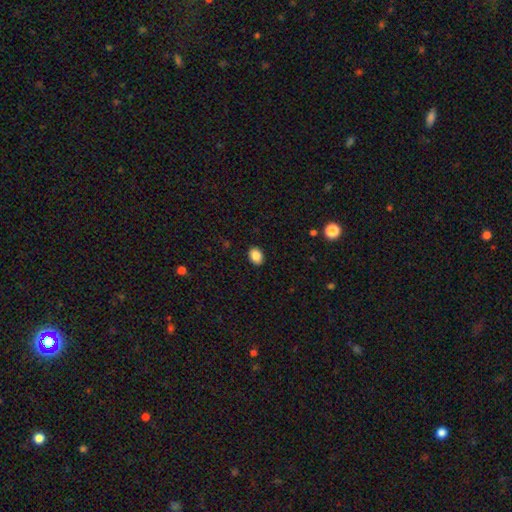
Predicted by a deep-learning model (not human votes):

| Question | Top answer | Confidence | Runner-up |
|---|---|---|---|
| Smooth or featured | smooth | 88% | star or artifact (8%) |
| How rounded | in between | 66% | round (33%) |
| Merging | none | 91% | minor disturbance (7%) |